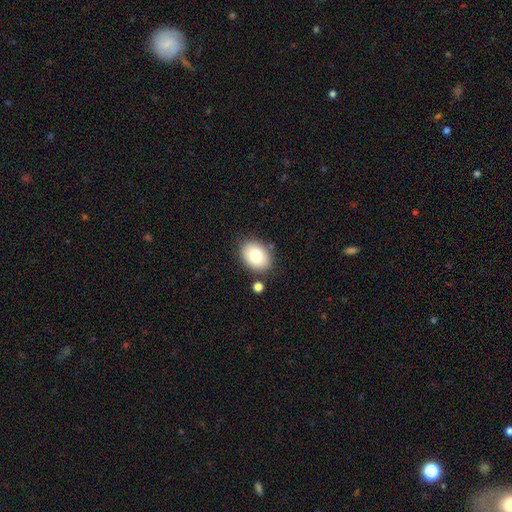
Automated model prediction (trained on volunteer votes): smooth_or_featured: smooth (p=0.79) [alt: featured or disk p=0.13]
how_rounded: in between (p=0.72) [alt: round p=0.27]
merging: none (p=0.81) [alt: minor disturbance p=0.11]